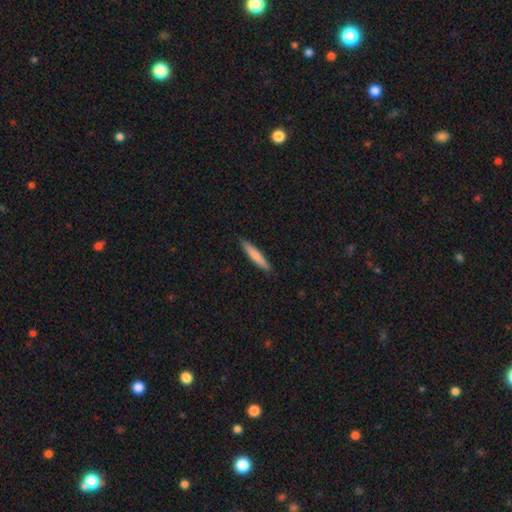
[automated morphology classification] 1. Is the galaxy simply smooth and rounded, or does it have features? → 76% smooth, 19% featured or disk, 5% star or artifact.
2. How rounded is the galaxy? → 92% cigar-shaped, 7% in between, 1% round.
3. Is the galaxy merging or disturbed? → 91% none, 7% minor disturbance, 1% major disturbance, 1% merger.